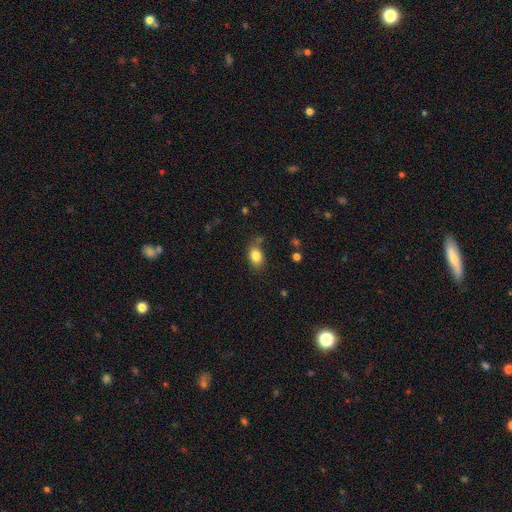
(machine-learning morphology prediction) A smooth galaxy with no disk features (83%) that is in between round and cigar-shaped (76%). Merging: none (71%).